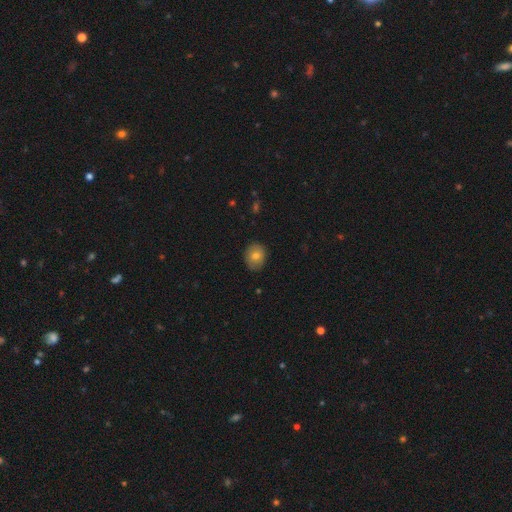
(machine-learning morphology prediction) Smooth or featured? smooth (76%)
How rounded? round (59%)
Merging? none (85%)